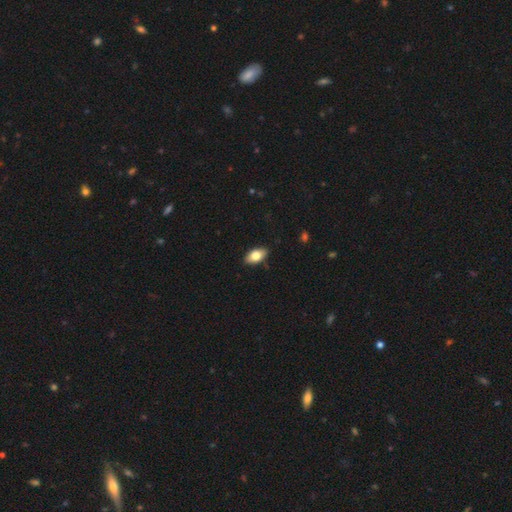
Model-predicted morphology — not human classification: smooth 76%, featured or disk 18%, star or artifact 7%. Down the decision tree: how rounded — in between (91%); merging — none (87%).